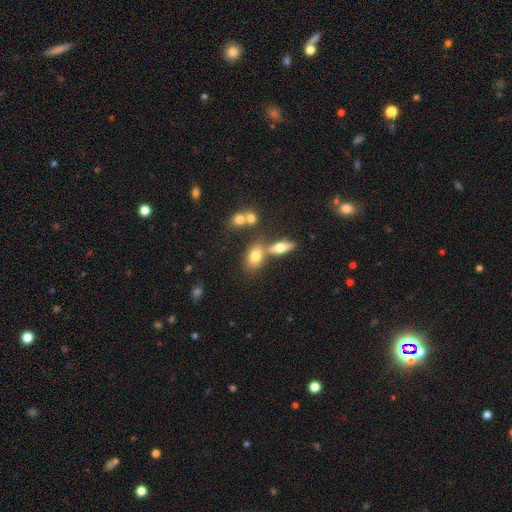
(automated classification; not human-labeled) Morphology: type=smooth (72%); roundness=in between (77%); merging=none (49%).